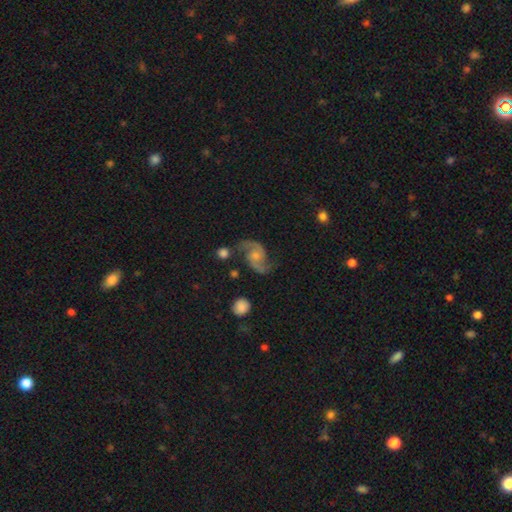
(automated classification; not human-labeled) Smooth or featured: featured or disk — 89% (star or artifact — 6%)
Edge-on disk: no — 98% (yes — 2%)
Bar: no — 60% (weak — 33%)
Spiral arms: yes — 98% (no — 2%)
Spiral winding: medium — 49% (loose — 40%)
Spiral arm count: 2 — 94% (can't tell — 2%)
Bulge size: small — 43% (moderate — 42%)
Merging: none — 75% (minor disturbance — 15%)